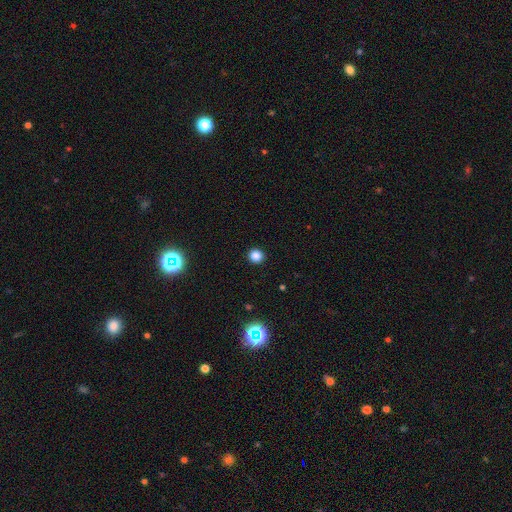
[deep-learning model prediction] A smooth galaxy with no disk features (84%) that is round (92%). Merging: none (93%).